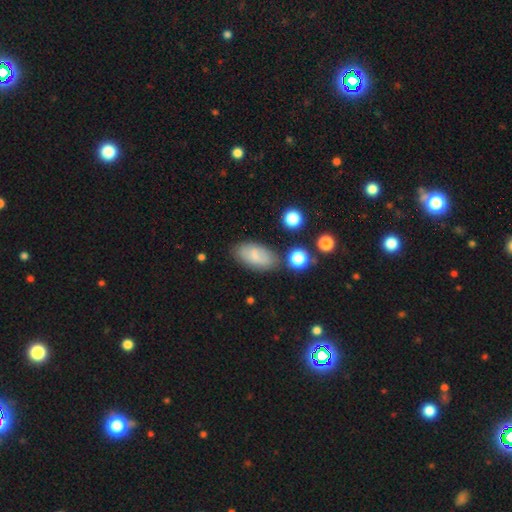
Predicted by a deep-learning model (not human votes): smooth 72%, featured or disk 19%, star or artifact 9%. Down the decision tree: how rounded — in between (92%); merging — none (71%).